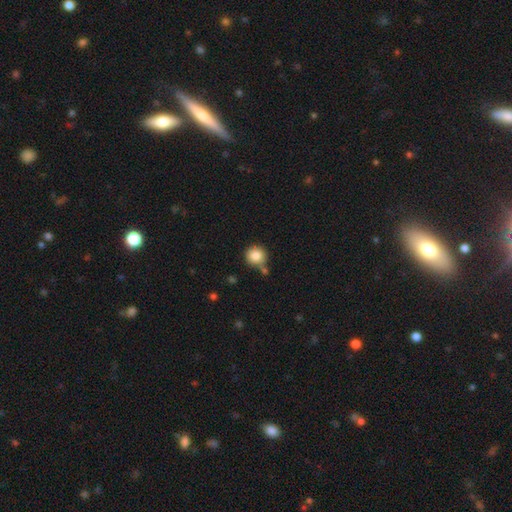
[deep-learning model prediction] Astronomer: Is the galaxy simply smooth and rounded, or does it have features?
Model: smooth — 84%.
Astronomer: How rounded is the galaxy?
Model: round — 93%.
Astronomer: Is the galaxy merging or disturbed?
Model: none — 71%.